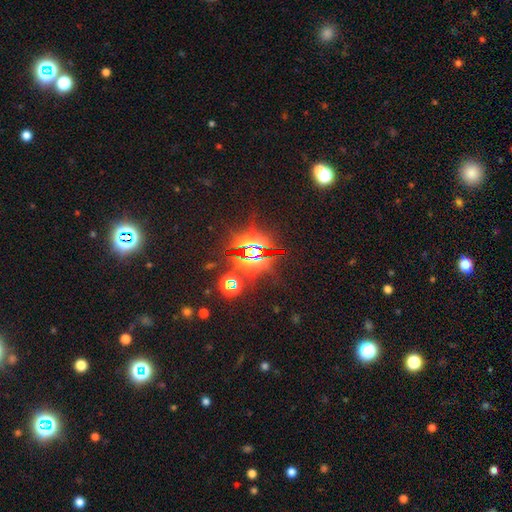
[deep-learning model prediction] This appears to be a star or artifact, not a galaxy (80%).